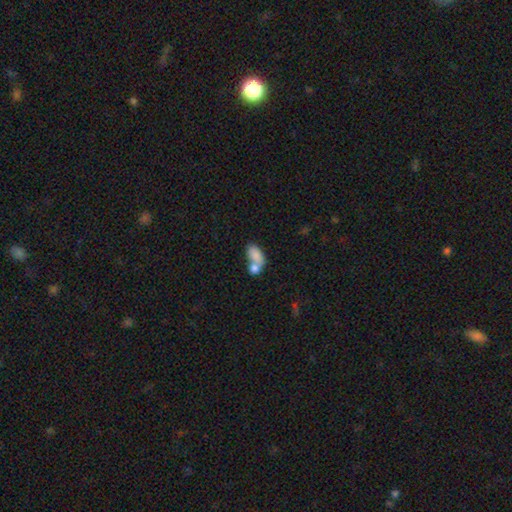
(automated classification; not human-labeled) Smooth or featured? Predicted: smooth (p=0.79). How rounded? Predicted: in between (p=0.88). Merging? Predicted: merger (p=0.64).